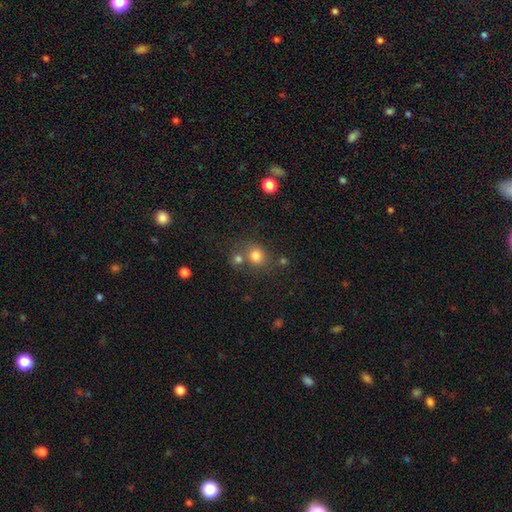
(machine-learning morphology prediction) Q: Smooth or featured?
A: smooth (78%); runner-up: star or artifact (14%)
Q: How rounded?
A: round (80%); runner-up: in between (19%)
Q: Merging?
A: none (59%); runner-up: merger (27%)